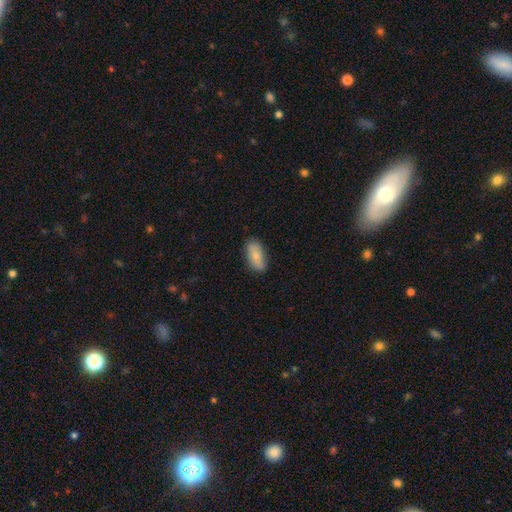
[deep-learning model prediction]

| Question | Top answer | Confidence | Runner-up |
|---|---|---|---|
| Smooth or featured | smooth | 78% | featured or disk (16%) |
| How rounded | in between | 84% | cigar-shaped (13%) |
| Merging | none | 84% | minor disturbance (13%) |